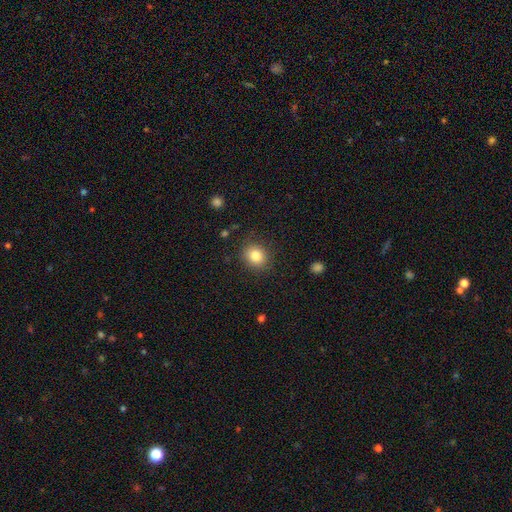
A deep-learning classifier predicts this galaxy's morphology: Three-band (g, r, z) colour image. It shows a smooth galaxy with no disk features (83%) that is round (74%). Merging: none (87%).